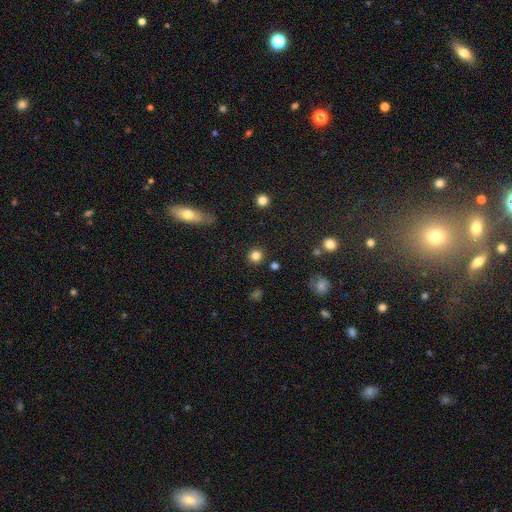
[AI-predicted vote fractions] Smooth or featured? smooth (82%)
How rounded? round (93%)
Merging? none (90%)